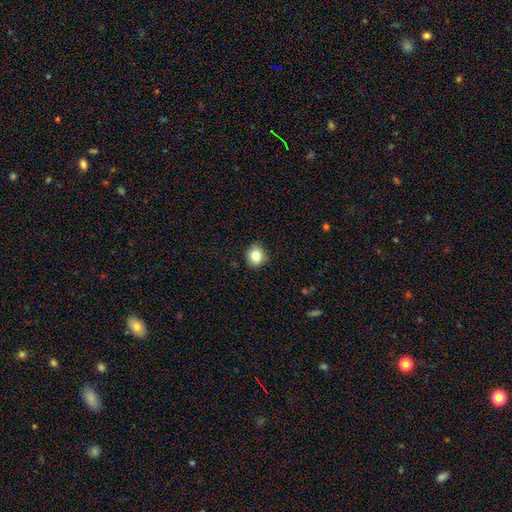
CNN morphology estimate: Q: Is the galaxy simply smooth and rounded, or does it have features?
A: smooth — 83%.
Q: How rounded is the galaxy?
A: round — 80%.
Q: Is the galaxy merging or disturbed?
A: none — 89%.